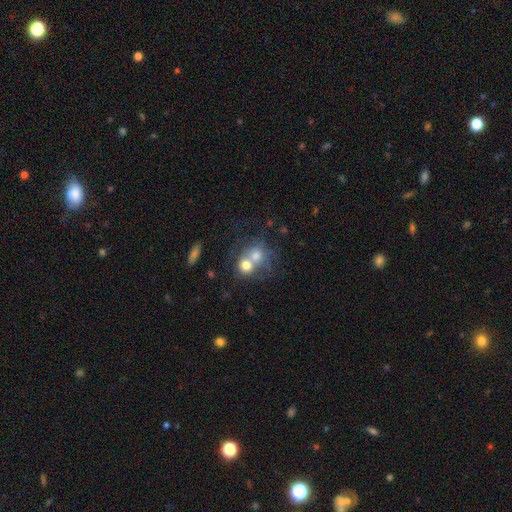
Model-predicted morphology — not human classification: This appears to be a smooth galaxy with no disk features (66%) that is round (72%). Merging: merger (69%).